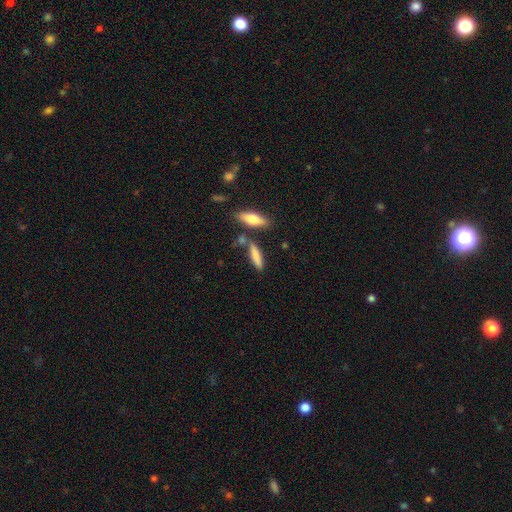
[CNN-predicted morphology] The model was most divided on "how rounded": cigar-shaped: 72%, in between: 26%, round: 2%. More confident: smooth or featured — smooth (78%); merging — none (65%).